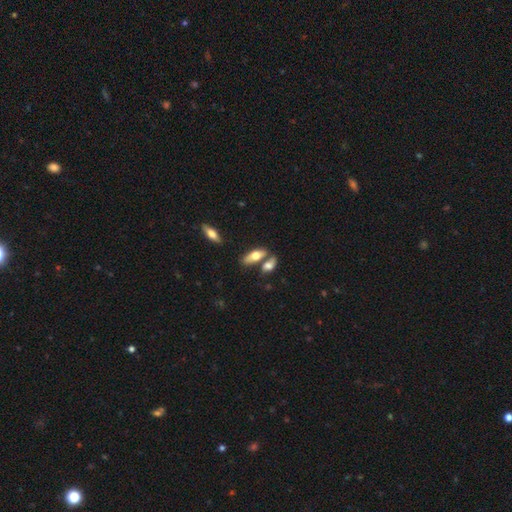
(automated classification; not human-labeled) smooth 63%, featured or disk 30%, star or artifact 7%. Down the decision tree: how rounded — in between (74%); merging — none (53%).